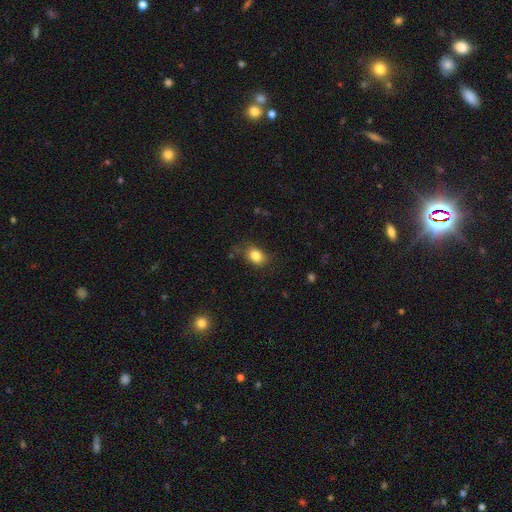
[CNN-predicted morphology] A smooth galaxy with no disk features (83%) that is in between round and cigar-shaped (66%). Merging: none (76%).